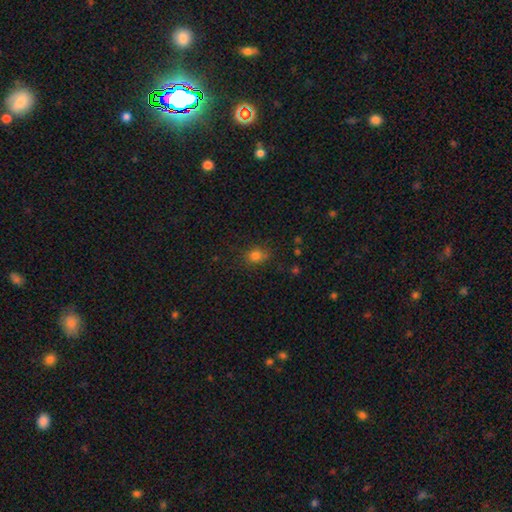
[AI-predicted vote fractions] Overall: smooth (80%). How rounded: round (54%; in between 44%). Merging: none (79%).